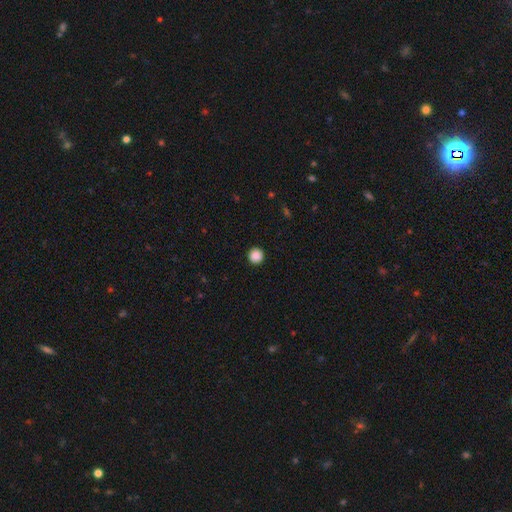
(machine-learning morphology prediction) The model was most divided on "smooth or featured": smooth: 88%, star or artifact: 9%, featured or disk: 2%. More confident: how rounded — round (96%); merging — none (94%).